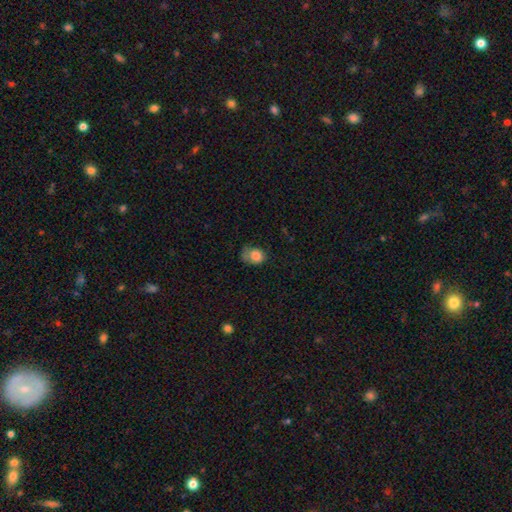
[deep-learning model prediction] Overall: smooth (80%). How rounded: in between (52%; round 47%). Merging: minor disturbance (36%; none 34%).